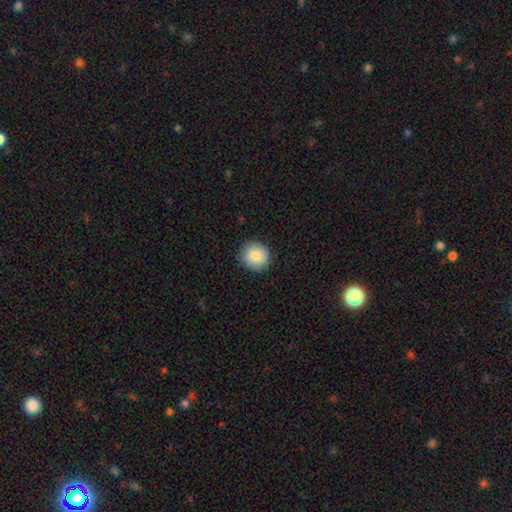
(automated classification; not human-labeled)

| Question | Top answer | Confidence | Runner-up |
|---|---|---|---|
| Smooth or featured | smooth | 85% | star or artifact (8%) |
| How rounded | round | 90% | in between (9%) |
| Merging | none | 90% | minor disturbance (7%) |